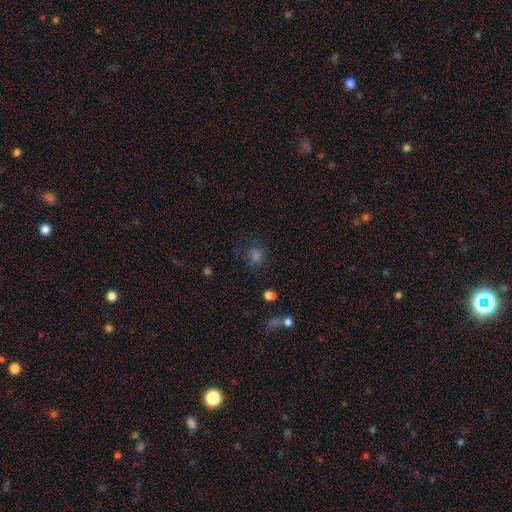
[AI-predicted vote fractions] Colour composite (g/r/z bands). It shows a smooth galaxy with no disk features (67%) that is round (79%). Merging: none (77%).